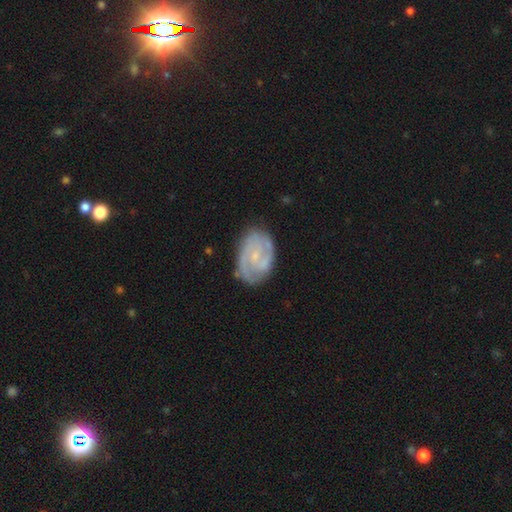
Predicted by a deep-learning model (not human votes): The model was most divided on "spiral winding": tight: 53%, medium: 38%, loose: 9%. More confident: edge-on disk — no (97%); spiral arms — yes (94%); smooth or featured — featured or disk (82%); merging — none (75%); bulge size — small (73%); bar — no (57%); spiral arm count — 2 (52%).